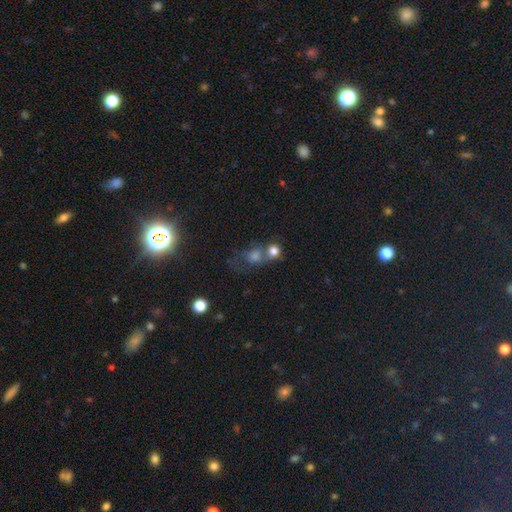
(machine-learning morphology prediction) Overall: smooth (46%; star or artifact 37%). Merging: none (41%; merger 40%).